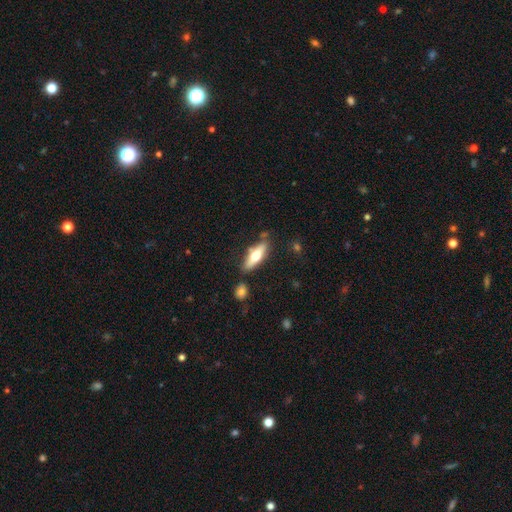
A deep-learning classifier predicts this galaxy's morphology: smooth-or-featured: smooth: 53% | featured or disk: 41% | star or artifact: 6%
  how-rounded: cigar-shaped: 51% | in between: 47% | round: 2%
  merging: none: 78% | minor disturbance: 13% | merger: 5% | major disturbance: 3%